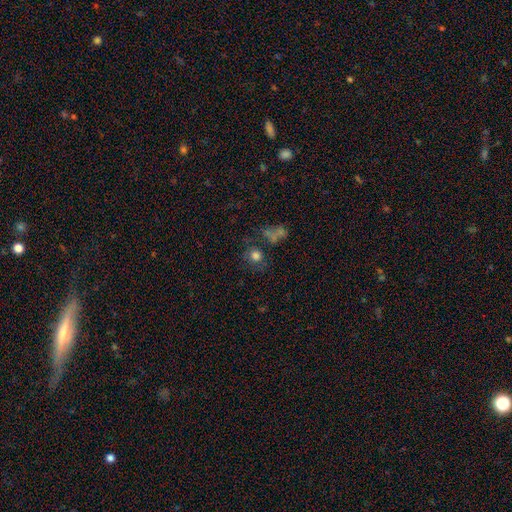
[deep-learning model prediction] Q: Smooth or featured?
A: smooth (72%); runner-up: star or artifact (17%)
Q: How rounded?
A: round (85%); runner-up: in between (14%)
Q: Merging?
A: none (67%); runner-up: minor disturbance (13%)